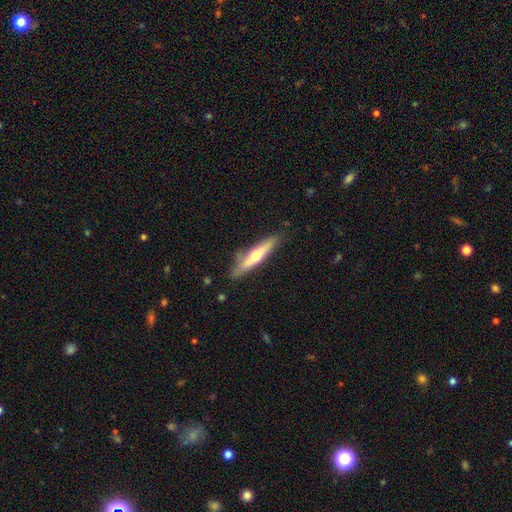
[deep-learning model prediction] featured or disk 53%, smooth 41%, star or artifact 6%. Down the decision tree: edge-on disk — yes (92%); merging — none (81%).